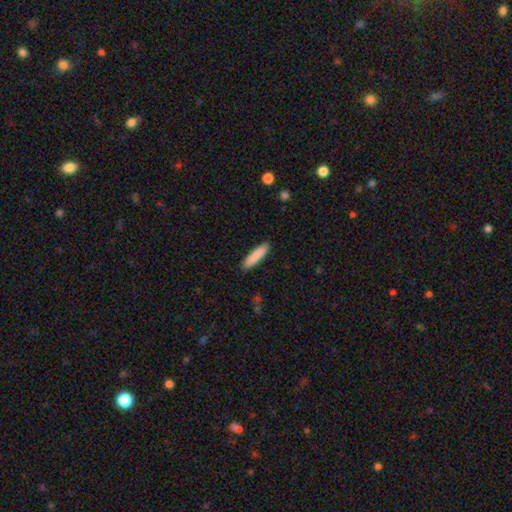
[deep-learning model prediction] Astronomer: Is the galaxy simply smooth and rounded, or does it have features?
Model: smooth — 87%.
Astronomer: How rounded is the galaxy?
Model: cigar-shaped — 81%.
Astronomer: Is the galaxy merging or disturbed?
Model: none — 90%.